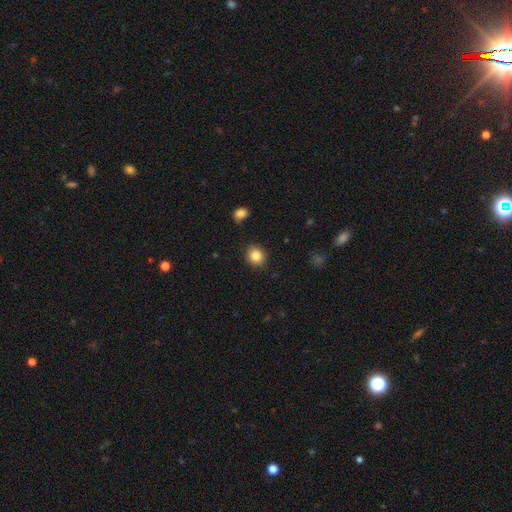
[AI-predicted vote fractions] The model was most divided on "how rounded": round: 82%, in between: 17%, cigar-shaped: 1%. More confident: merging — none (89%); smooth or featured — smooth (85%).